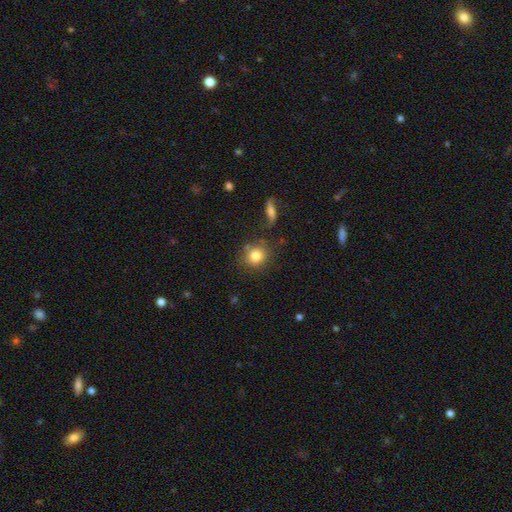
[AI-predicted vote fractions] Morphology: type=smooth (82%); roundness=round (82%); merging=none (76%).